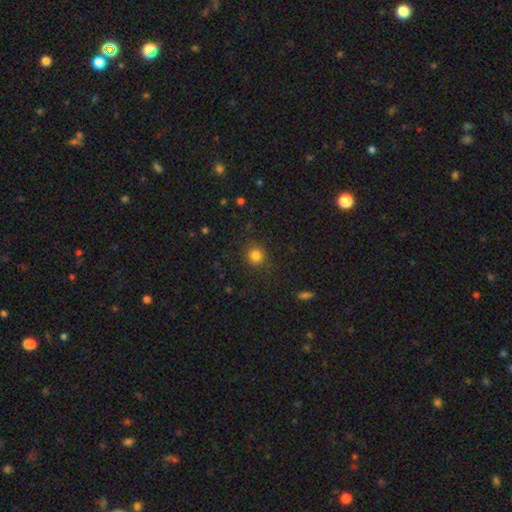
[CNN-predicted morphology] smooth-or-featured: smooth: 83% | star or artifact: 13% | featured or disk: 5%
  how-rounded: round: 88% | in between: 11% | cigar-shaped: 1%
  merging: none: 87% | minor disturbance: 9% | major disturbance: 3% | merger: 1%